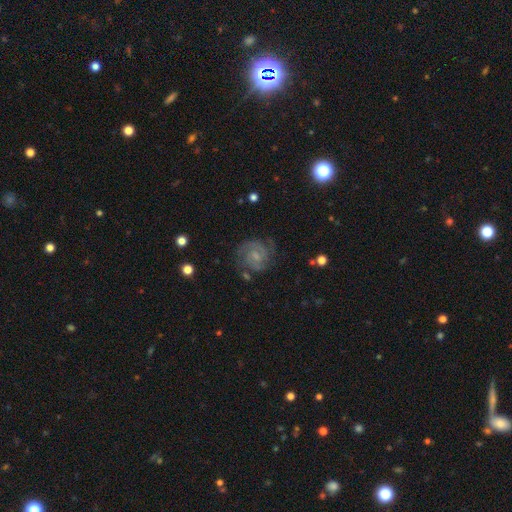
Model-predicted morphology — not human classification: Smooth or featured?
  - featured or disk: 76% *
  - smooth: 17%
  - star or artifact: 8%
Edge-on disk?
  - no: 98% *
  - yes: 2%
Bar?
  - weak: 51% *
  - no: 40%
  - strong: 9%
Spiral arms?
  - yes: 94% *
  - no: 6%
Spiral winding?
  - tight: 53% *
  - medium: 38%
  - loose: 9%
Spiral arm count?
  - 2: 57% *
  - can't tell: 20%
  - 3: 13%
  - 1: 4%
  - 4: 3%
  - more than 4: 3%
Bulge size?
  - small: 52% *
  - moderate: 25%
  - none: 20%
  - large: 2%
  - dominant: 1%
Merging?
  - none: 70% *
  - minor disturbance: 18%
  - major disturbance: 9%
  - merger: 2%